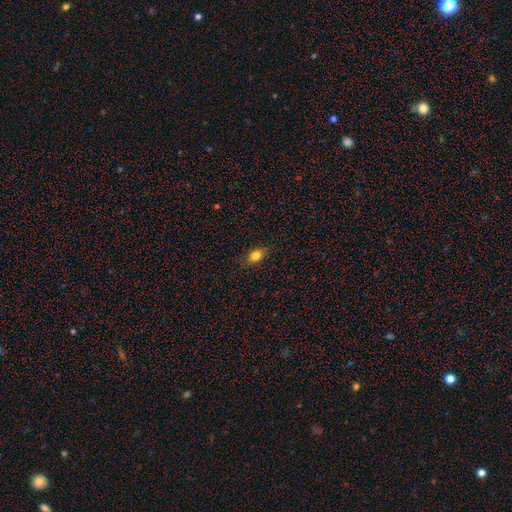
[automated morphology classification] Q: Smooth or featured?
A: smooth (81%); runner-up: star or artifact (11%)
Q: How rounded?
A: in between (71%); runner-up: round (25%)
Q: Merging?
A: none (83%); runner-up: minor disturbance (13%)